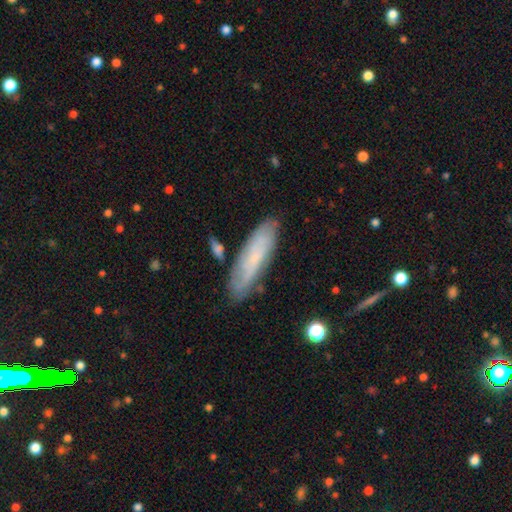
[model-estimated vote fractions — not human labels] This is possibly a smooth galaxy (57%). How rounded: likely cigar-shaped (60%). Merging: likely none (77%).